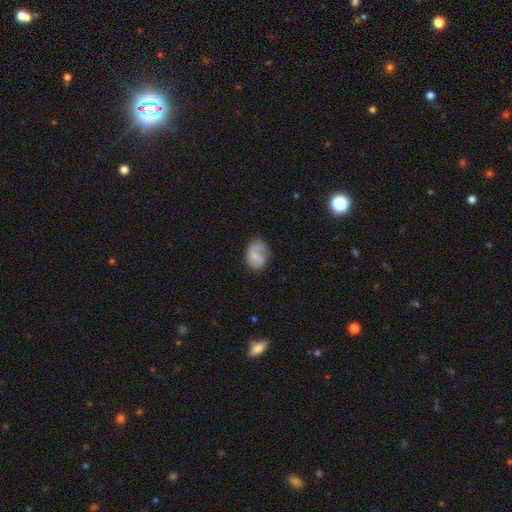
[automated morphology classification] featured or disk 48%, smooth 44%, star or artifact 7%. Down the decision tree: merging — none (50%).